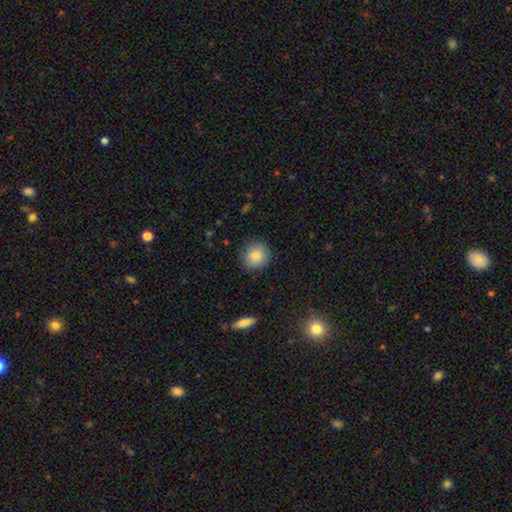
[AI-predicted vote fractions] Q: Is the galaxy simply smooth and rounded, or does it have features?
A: smooth — 83%.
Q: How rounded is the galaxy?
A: round — 86%.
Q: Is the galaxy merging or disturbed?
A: none — 84%.